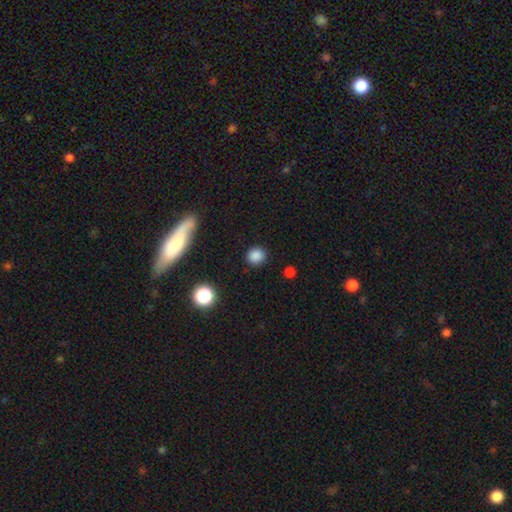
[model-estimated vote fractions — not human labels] Smooth or featured: smooth — 83% (star or artifact — 13%)
How rounded: round — 87% (in between — 12%)
Merging: none — 88% (minor disturbance — 8%)